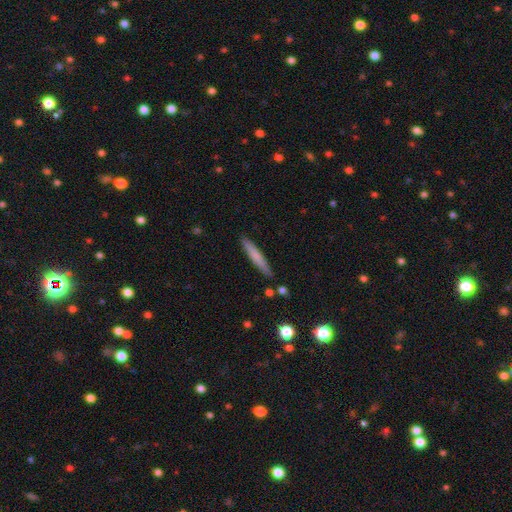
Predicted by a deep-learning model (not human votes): Smooth or featured? smooth (69%)
How rounded? cigar-shaped (94%)
Merging? none (88%)